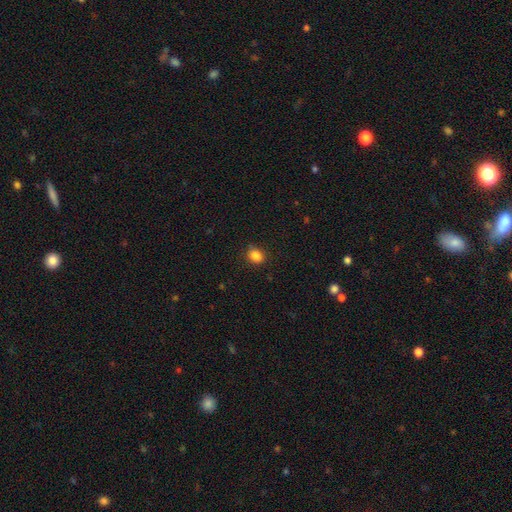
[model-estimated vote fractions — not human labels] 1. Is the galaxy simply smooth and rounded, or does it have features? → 85% smooth, 11% star or artifact, 4% featured or disk.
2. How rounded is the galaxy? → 52% round, 47% in between, 1% cigar-shaped.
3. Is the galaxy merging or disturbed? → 82% none, 14% minor disturbance, 3% major disturbance, 1% merger.